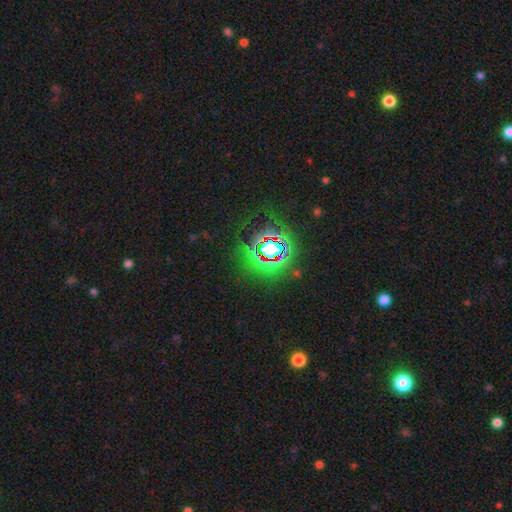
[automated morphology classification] smooth-or-featured: star or artifact: 81% | smooth: 12% | featured or disk: 7%